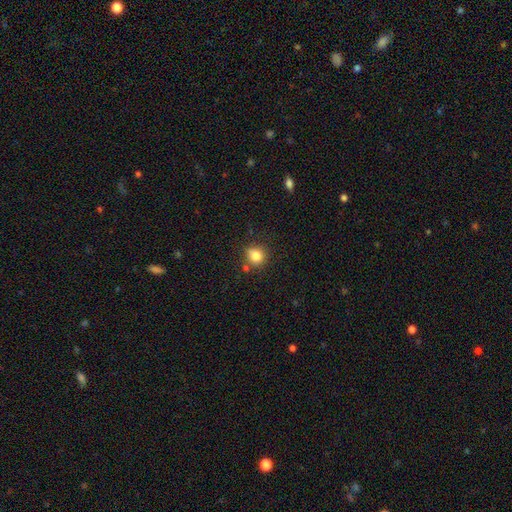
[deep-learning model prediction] Overall: smooth (83%). How rounded: round (84%). Merging: none (73%).